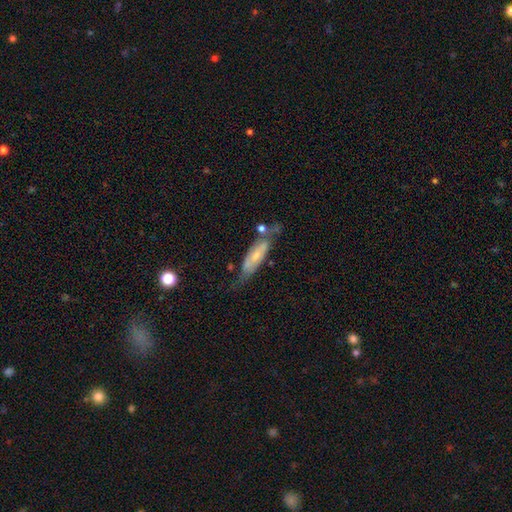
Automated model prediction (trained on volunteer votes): This appears to be a smooth galaxy with no disk features (47%, tied with featured or disk). Merging: none (47%).